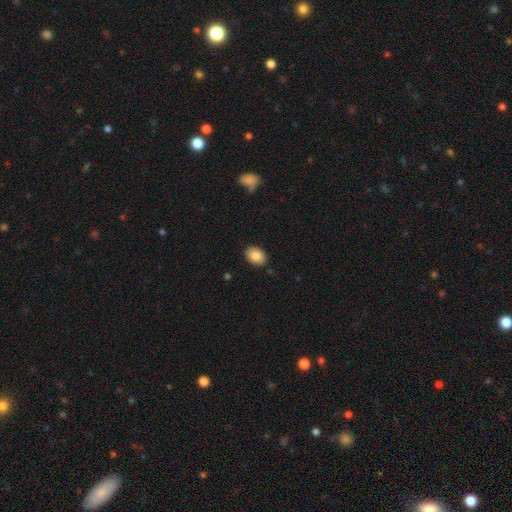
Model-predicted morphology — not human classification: Smooth or featured? smooth (85%)
How rounded? in between (78%)
Merging? none (88%)